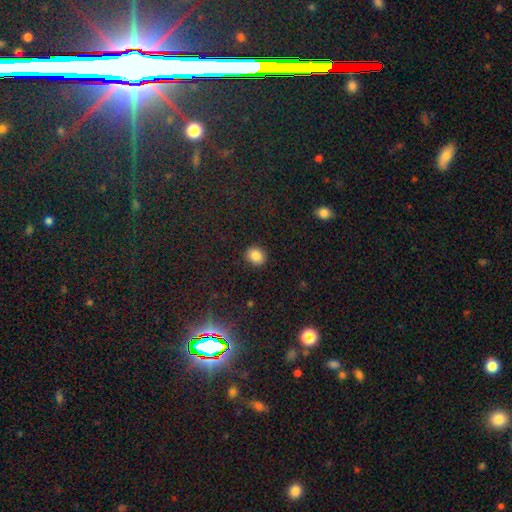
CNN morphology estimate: smooth-or-featured: smooth: 85% | star or artifact: 10% | featured or disk: 5%
  how-rounded: round: 67% | in between: 32% | cigar-shaped: 1%
  merging: none: 90% | minor disturbance: 7% | major disturbance: 2% | merger: 1%